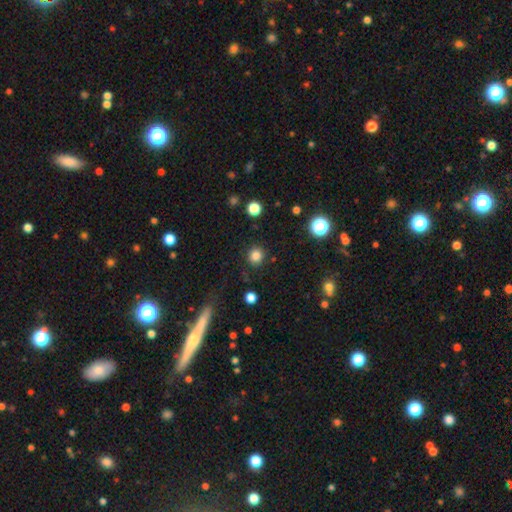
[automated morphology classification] A smooth galaxy with no disk features (83%) that is round (91%).

Vote fractions:
- Smooth or featured? smooth: 83% / star or artifact: 13% / featured or disk: 4%
- How rounded? round: 91% / in between: 8% / cigar-shaped: 1%
- Merging? none: 88% / minor disturbance: 7% / major disturbance: 3% / merger: 2%